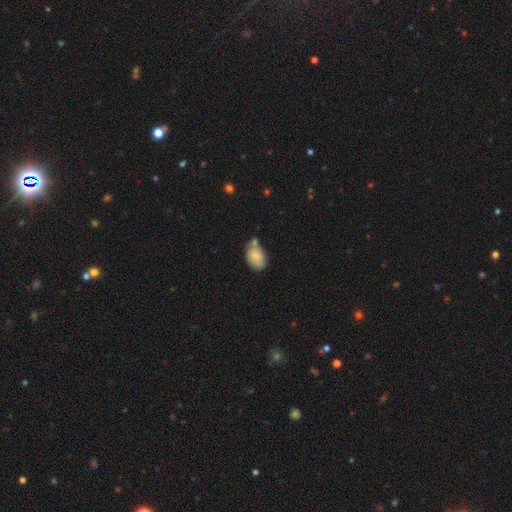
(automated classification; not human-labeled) Smooth or featured? smooth (80%)
How rounded? in between (85%)
Merging? none (46%)